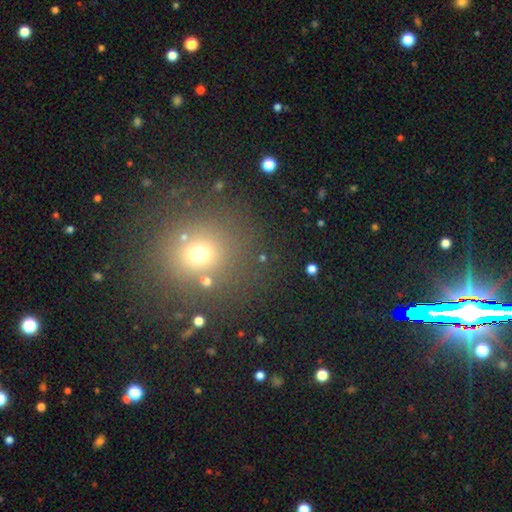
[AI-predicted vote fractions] smooth_or_featured: star or artifact (p=0.44) [tied with: smooth p=0.44]